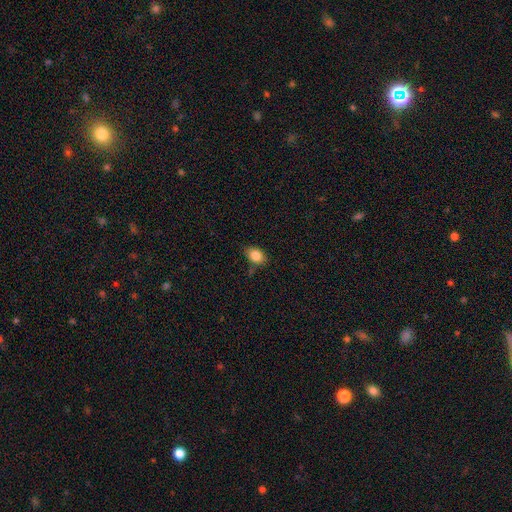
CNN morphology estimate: This is clearly a smooth galaxy (84%). How rounded: likely in between (74%). Merging: likely none (78%).